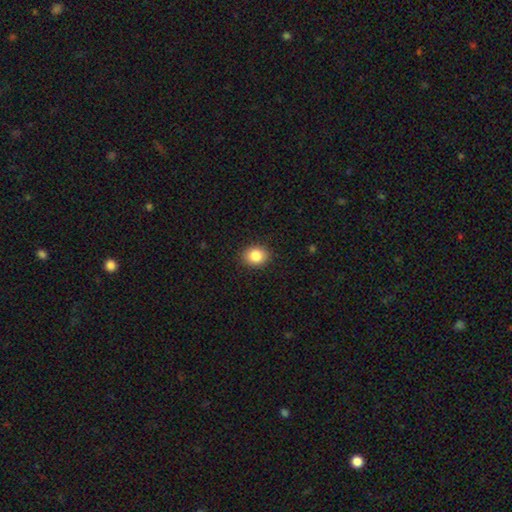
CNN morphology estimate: Smooth or featured? smooth (85%)
How rounded? round (55%)
Merging? none (90%)